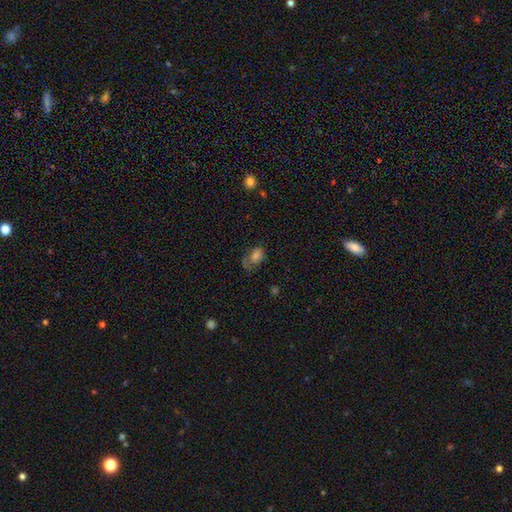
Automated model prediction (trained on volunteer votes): Smooth or featured? smooth (54%)
How rounded? in between (77%)
Merging? none (44%)